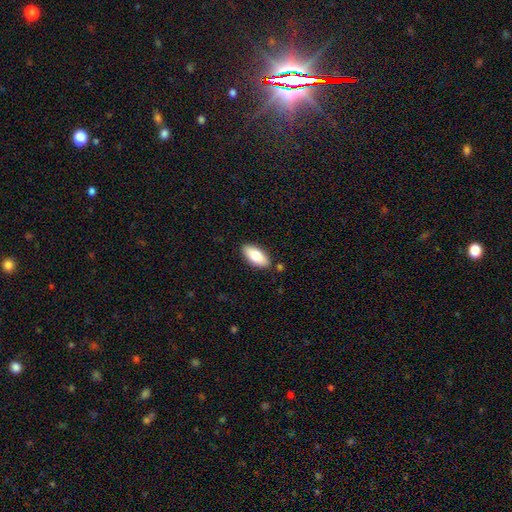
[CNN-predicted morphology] smooth 77%, featured or disk 17%, star or artifact 6%. Down the decision tree: how rounded — in between (88%); merging — none (86%).